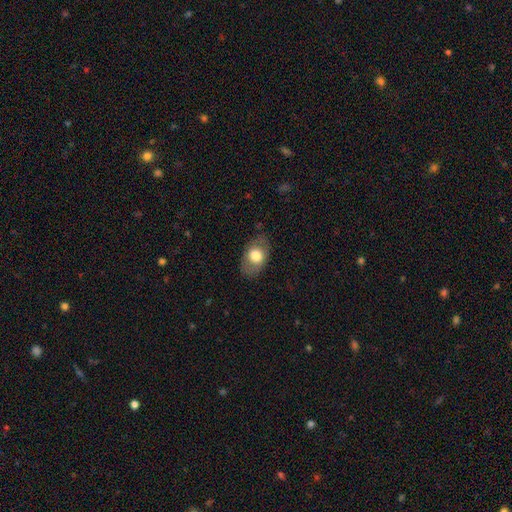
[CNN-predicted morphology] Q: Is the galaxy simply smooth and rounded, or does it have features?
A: smooth — 69%.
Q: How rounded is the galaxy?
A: in between — 85%.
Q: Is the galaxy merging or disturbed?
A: none — 78%.